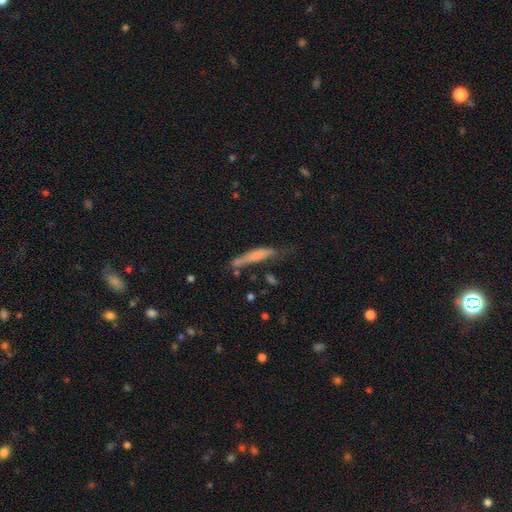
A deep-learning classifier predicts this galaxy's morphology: This appears to be a smooth galaxy with no disk features (63%) that is cigar-shaped (87%). Merging: none (50%).